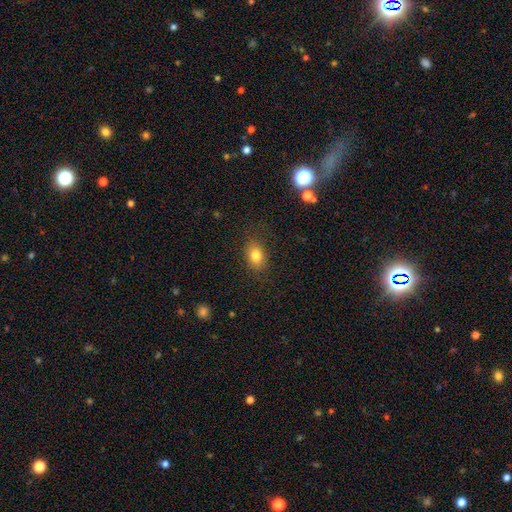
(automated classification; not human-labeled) The model was most divided on "how rounded": in between: 76%, round: 23%, cigar-shaped: 1%. More confident: merging — none (81%); smooth or featured — smooth (81%).